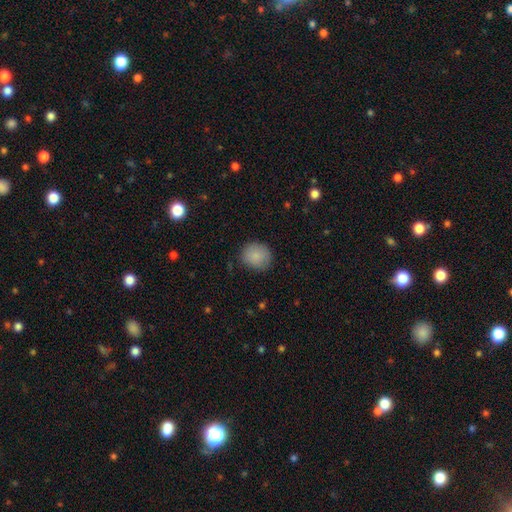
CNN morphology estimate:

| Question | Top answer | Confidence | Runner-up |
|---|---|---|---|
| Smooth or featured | smooth | 86% | star or artifact (8%) |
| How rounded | round | 77% | in between (22%) |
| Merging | none | 81% | minor disturbance (15%) |